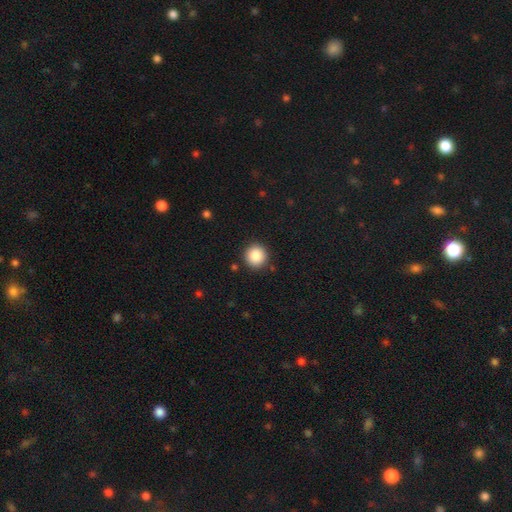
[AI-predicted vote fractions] Smooth or featured?
  - smooth: 87% *
  - star or artifact: 9%
  - featured or disk: 4%
How rounded?
  - round: 95% *
  - in between: 4%
  - cigar-shaped: 1%
Merging?
  - none: 91% *
  - minor disturbance: 6%
  - major disturbance: 2%
  - merger: 1%